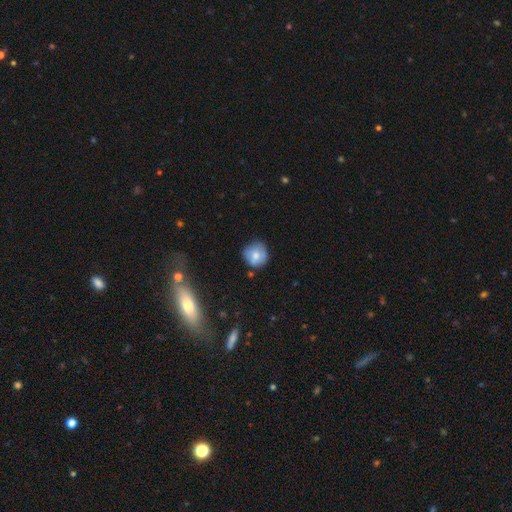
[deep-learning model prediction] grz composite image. It shows a smooth galaxy with no disk features (71%) that is round (90%). Merging: none (70%).